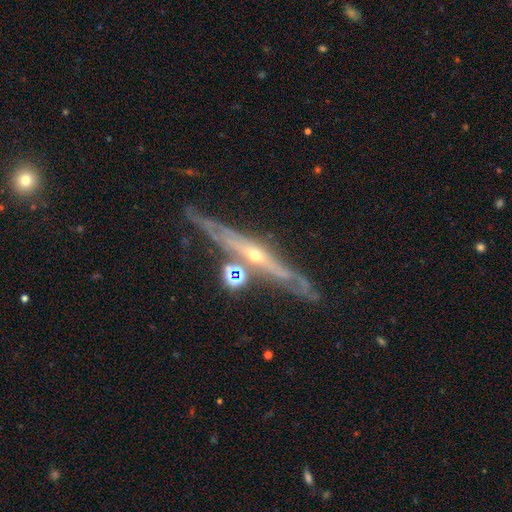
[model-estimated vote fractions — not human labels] Smooth or featured? Predicted: featured or disk (p=0.83). Edge-on disk? Predicted: yes (p=0.89). Edge-on bulge? Predicted: rounded (p=0.74). Merging? Predicted: none (p=0.71).